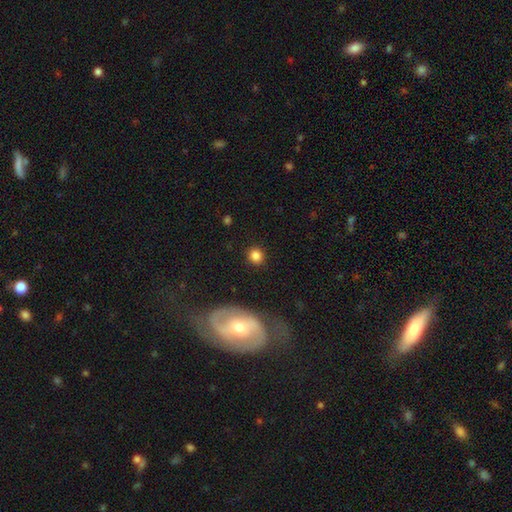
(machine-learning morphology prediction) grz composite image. It shows a smooth galaxy with no disk features (83%) that is round (86%). Merging: none (88%).